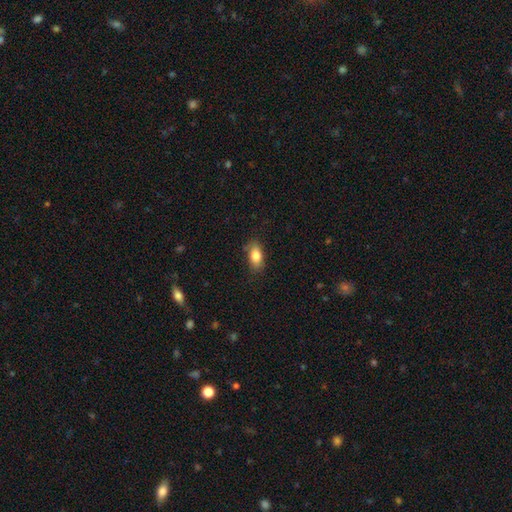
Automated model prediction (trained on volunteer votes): Smooth or featured? smooth (81%)
How rounded? in between (88%)
Merging? none (79%)